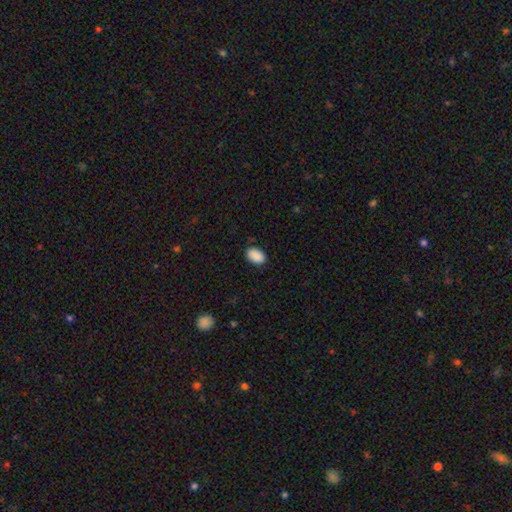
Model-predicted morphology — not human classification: smooth-or-featured: smooth: 90% | star or artifact: 7% | featured or disk: 2%
  how-rounded: in between: 90% | round: 9% | cigar-shaped: 1%
  merging: none: 87% | minor disturbance: 9% | major disturbance: 2% | merger: 1%